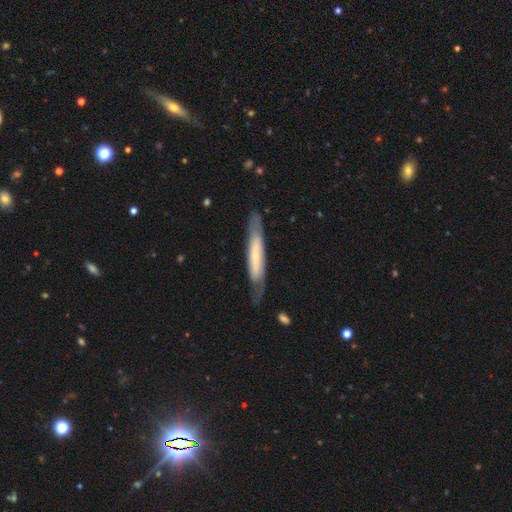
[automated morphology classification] A featured or disk galaxy (53%) viewed edge-on (64%). Merging: none (70%).